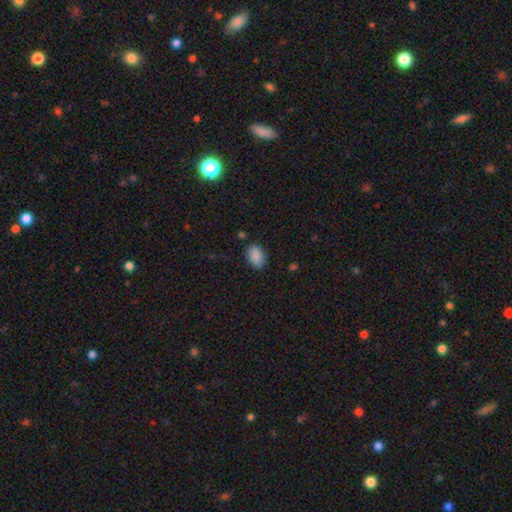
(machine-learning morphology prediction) The model was most divided on "merging": none: 82%, minor disturbance: 14%, major disturbance: 3%, merger: 2%. More confident: smooth or featured — smooth (88%); how rounded — in between (84%).